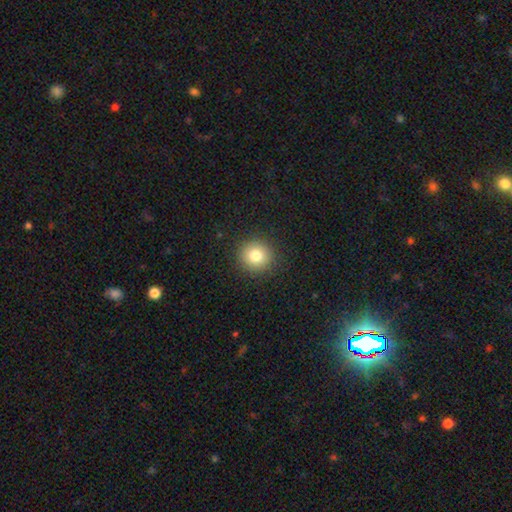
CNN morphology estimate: This is clearly a smooth galaxy (81%). How rounded: clearly round (92%). Merging: clearly none (91%).